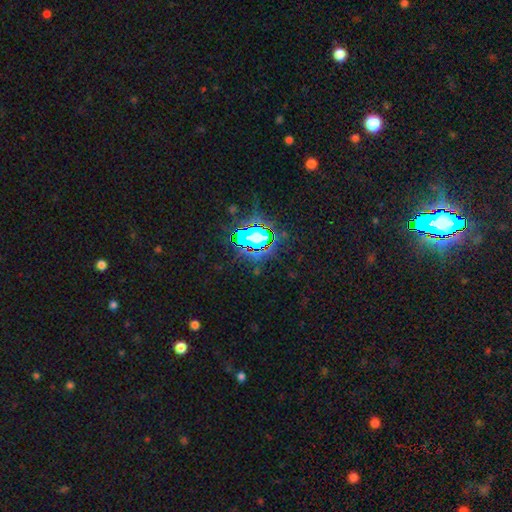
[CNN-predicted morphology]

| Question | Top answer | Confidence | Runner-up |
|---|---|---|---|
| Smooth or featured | star or artifact | 80% | smooth (12%) |